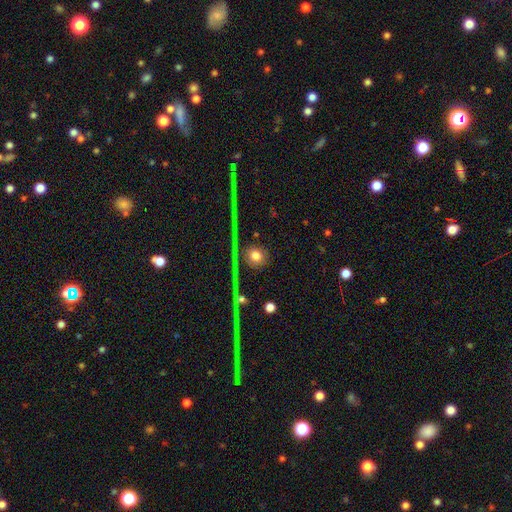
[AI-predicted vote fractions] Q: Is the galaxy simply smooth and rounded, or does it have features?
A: smooth — 70%.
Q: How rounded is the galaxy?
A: round — 88%.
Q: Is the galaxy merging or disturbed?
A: none — 82%.